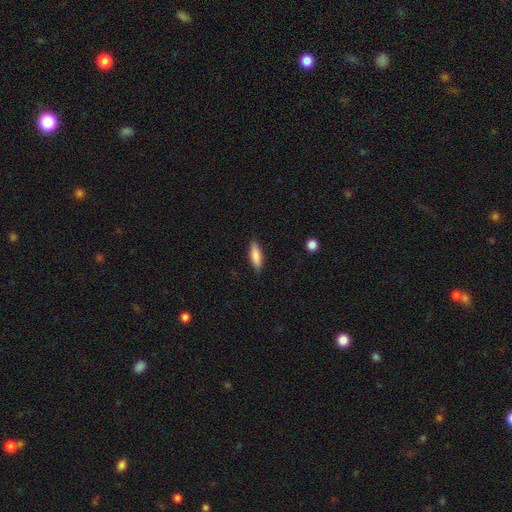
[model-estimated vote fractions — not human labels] A smooth galaxy with no disk features (81%) that is in between round and cigar-shaped (49%, tied with cigar-shaped). Merging: none (85%).